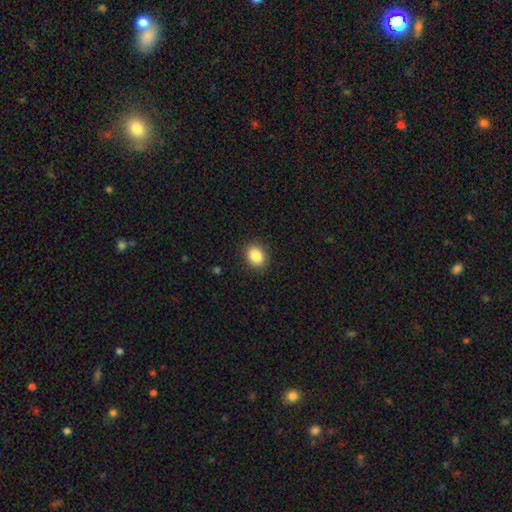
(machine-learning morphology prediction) Smooth or featured? smooth (87%)
How rounded? in between (53%)
Merging? none (90%)